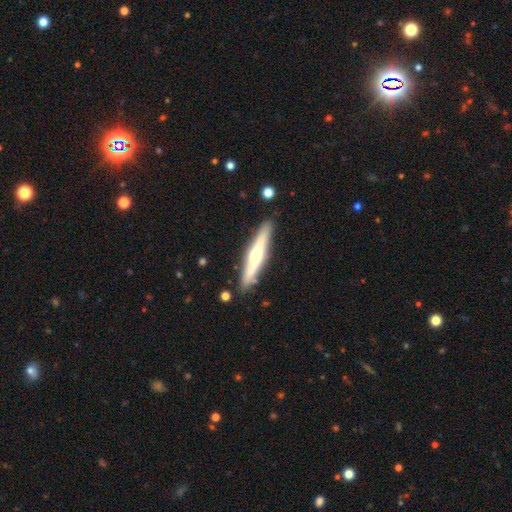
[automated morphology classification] A featured or disk galaxy (56%) viewed edge-on (94%) with a rounded central bulge (84%). Merging: none (87%).